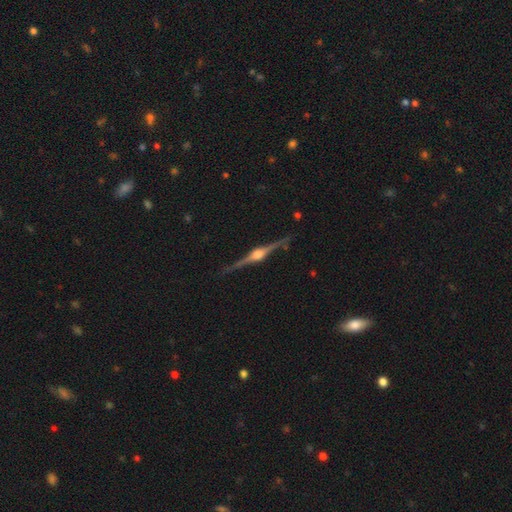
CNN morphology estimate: The model was most divided on "merging": none: 88%, minor disturbance: 9%, major disturbance: 2%, merger: 1%. More confident: edge-on disk — yes (98%); edge-on bulge — rounded (93%); smooth or featured — featured or disk (90%).